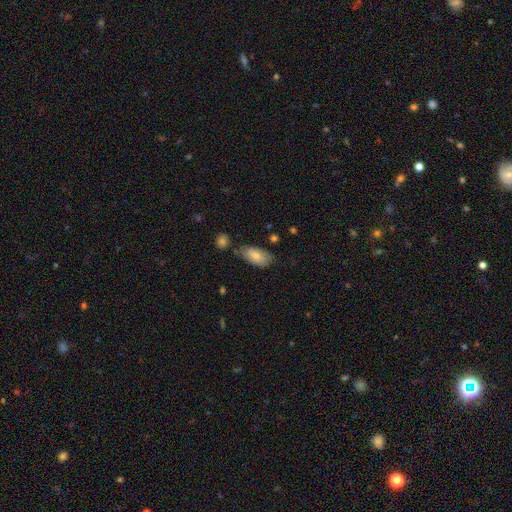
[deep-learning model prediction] Q: Smooth or featured?
A: smooth (75%); runner-up: featured or disk (18%)
Q: How rounded?
A: in between (93%); runner-up: cigar-shaped (4%)
Q: Merging?
A: none (67%); runner-up: minor disturbance (23%)